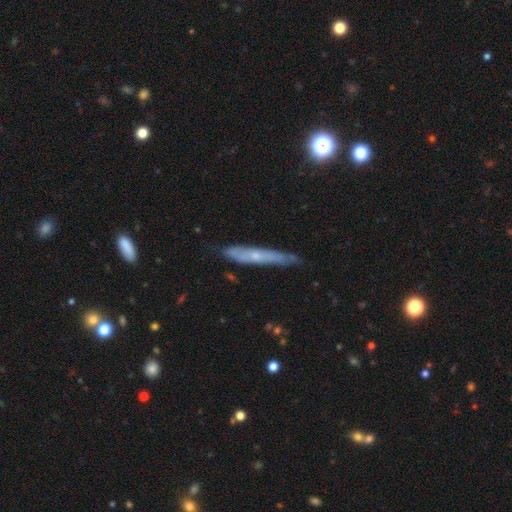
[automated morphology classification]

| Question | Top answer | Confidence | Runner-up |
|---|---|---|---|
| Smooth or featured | featured or disk | 56% | smooth (36%) |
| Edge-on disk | yes | 75% | no (25%) |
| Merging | none | 72% | minor disturbance (23%) |